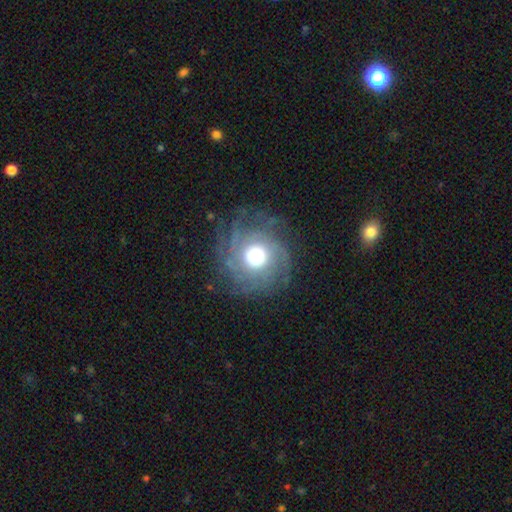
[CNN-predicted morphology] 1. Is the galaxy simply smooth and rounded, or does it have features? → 74% featured or disk, 16% smooth, 10% star or artifact.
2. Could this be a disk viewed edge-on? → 97% no, 3% yes.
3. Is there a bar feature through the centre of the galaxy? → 82% no, 15% weak, 3% strong.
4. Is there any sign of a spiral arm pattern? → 88% yes, 12% no.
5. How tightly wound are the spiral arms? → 57% tight, 31% medium, 13% loose.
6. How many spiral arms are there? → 39% can't tell, 16% 3, 14% 2, 12% 4, 11% more than 4, 8% 1.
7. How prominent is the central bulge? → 49% large, 38% moderate, 9% dominant, 4% small, 1% none.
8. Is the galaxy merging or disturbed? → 73% none, 15% minor disturbance, 12% major disturbance, 1% merger.